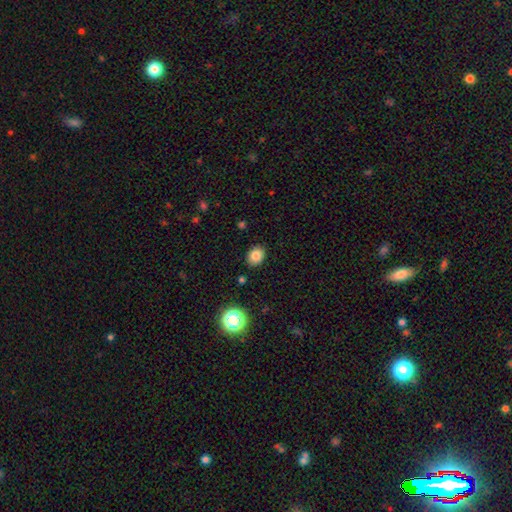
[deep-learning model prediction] Smooth or featured: smooth — 82% (star or artifact — 12%)
How rounded: round — 53% (in between — 46%)
Merging: none — 88% (minor disturbance — 8%)